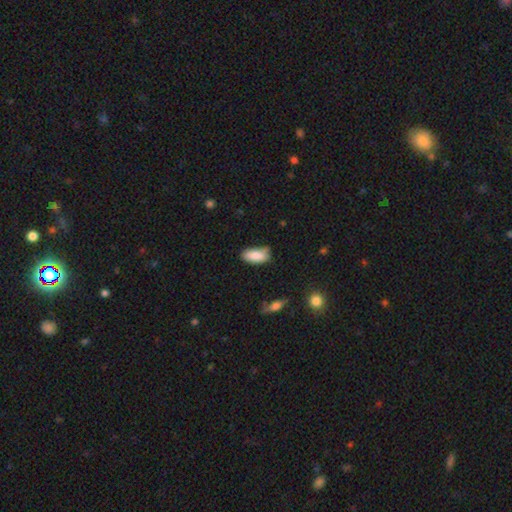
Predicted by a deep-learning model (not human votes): Smooth or featured? smooth (84%)
How rounded? in between (90%)
Merging? none (63%)